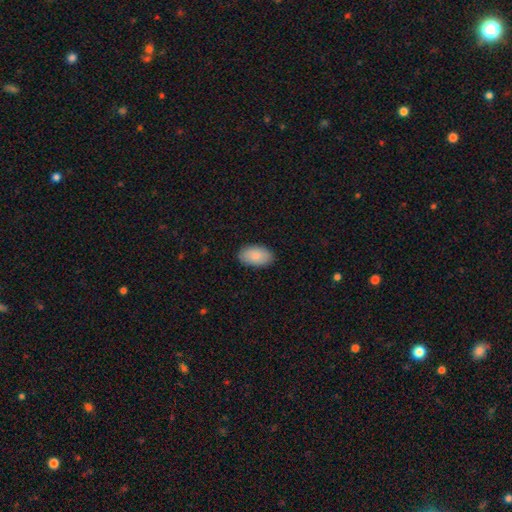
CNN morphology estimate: A smooth galaxy with no disk features (89%) that is in between round and cigar-shaped (95%).

Vote fractions:
- Smooth or featured? smooth: 89% / star or artifact: 6% / featured or disk: 6%
- How rounded? in between: 95% / round: 4% / cigar-shaped: 1%
- Merging? none: 88% / minor disturbance: 9% / major disturbance: 2% / merger: 1%